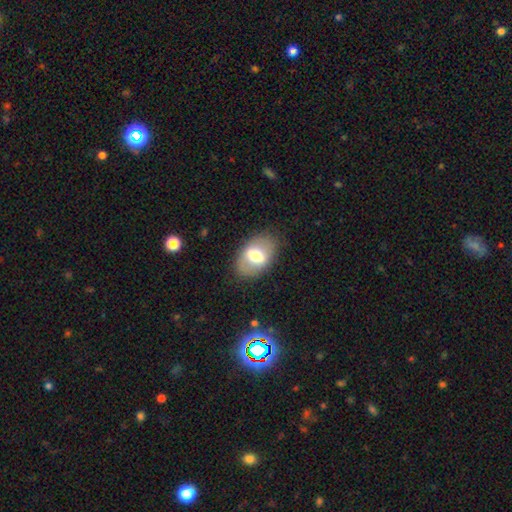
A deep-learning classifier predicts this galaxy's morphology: smooth_or_featured: smooth (p=0.59) [alt: featured or disk p=0.34]
how_rounded: in between (p=0.85) [alt: round p=0.13]
merging: none (p=0.81) [alt: minor disturbance p=0.13]